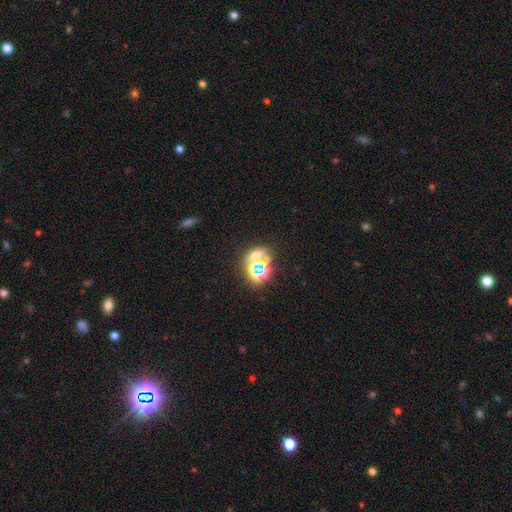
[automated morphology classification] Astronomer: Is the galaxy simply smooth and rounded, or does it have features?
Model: star or artifact — 56%.